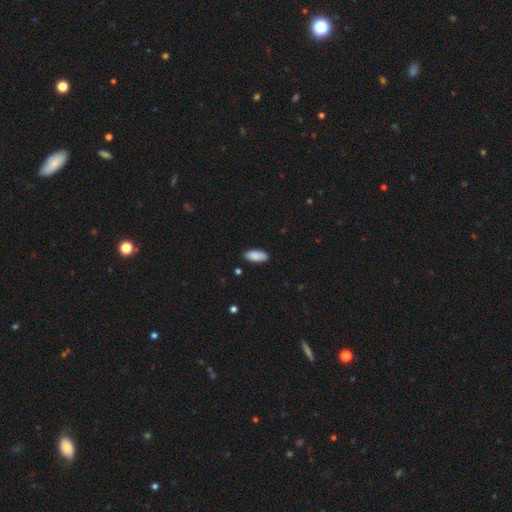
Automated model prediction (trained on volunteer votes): A smooth galaxy with no disk features (88%) that is in between round and cigar-shaped (89%).

Vote fractions:
- Smooth or featured? smooth: 88% / featured or disk: 6% / star or artifact: 6%
- How rounded? in between: 89% / cigar-shaped: 9% / round: 2%
- Merging? none: 85% / minor disturbance: 12% / major disturbance: 2% / merger: 1%